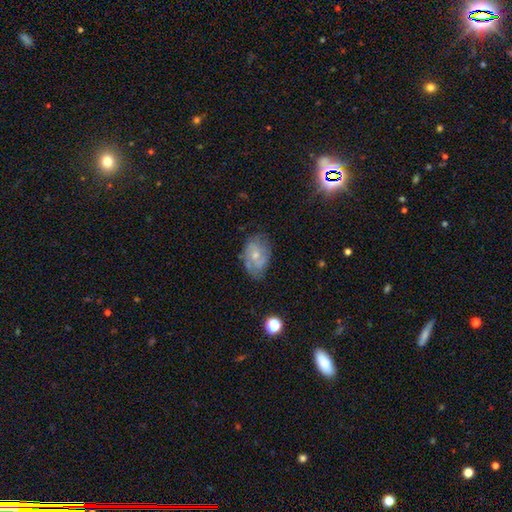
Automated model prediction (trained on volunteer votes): This is possibly a featured or disk galaxy (54%). It is clearly not viewed edge-on (96%). Bar: likely no (74%). Spiral arm pattern: likely yes (65%). Central bulge: possibly small (53%). Merging: likely none (61%).